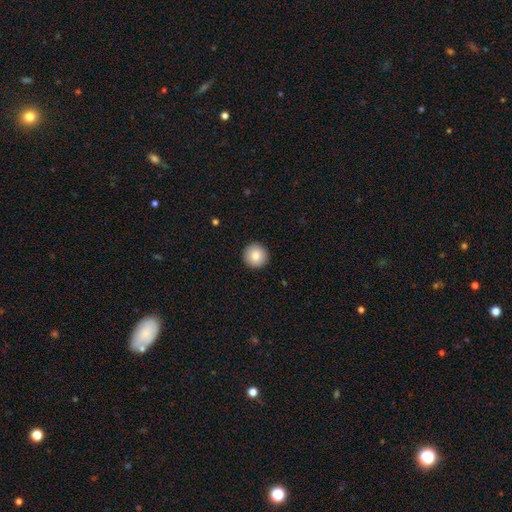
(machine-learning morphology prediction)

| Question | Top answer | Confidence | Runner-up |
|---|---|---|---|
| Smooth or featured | smooth | 84% | star or artifact (8%) |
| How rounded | round | 96% | in between (3%) |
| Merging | none | 93% | minor disturbance (5%) |